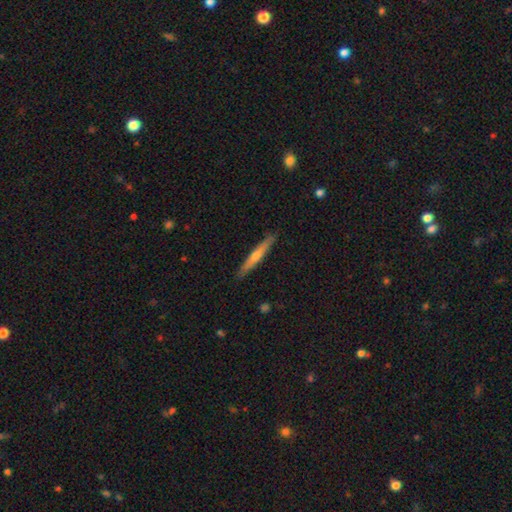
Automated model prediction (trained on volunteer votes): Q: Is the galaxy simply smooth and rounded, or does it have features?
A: featured or disk — 52%.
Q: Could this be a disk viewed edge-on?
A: yes — 97%.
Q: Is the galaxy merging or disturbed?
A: none — 91%.